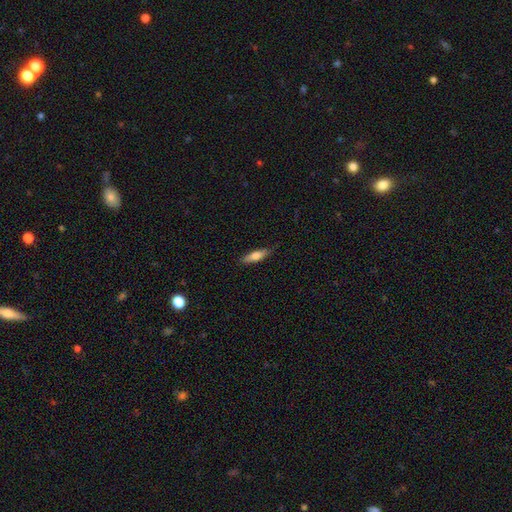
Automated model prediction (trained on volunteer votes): This appears to be a smooth galaxy with no disk features (69%) that is cigar-shaped (58%). Merging: none (81%).